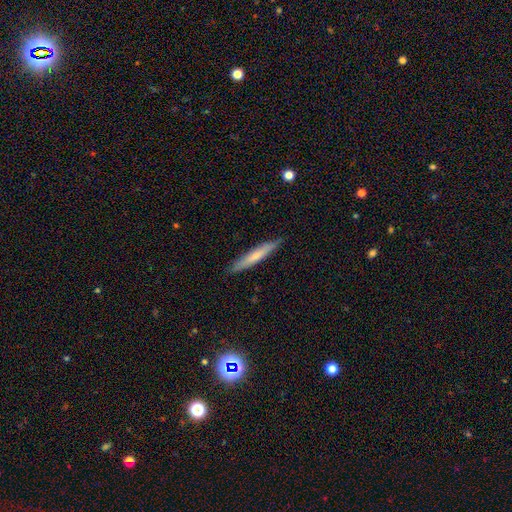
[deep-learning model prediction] smooth_or_featured: smooth (p=0.64) [alt: featured or disk p=0.31]
how_rounded: cigar-shaped (p=0.94) [alt: in between p=0.05]
merging: none (p=0.89) [alt: minor disturbance p=0.08]